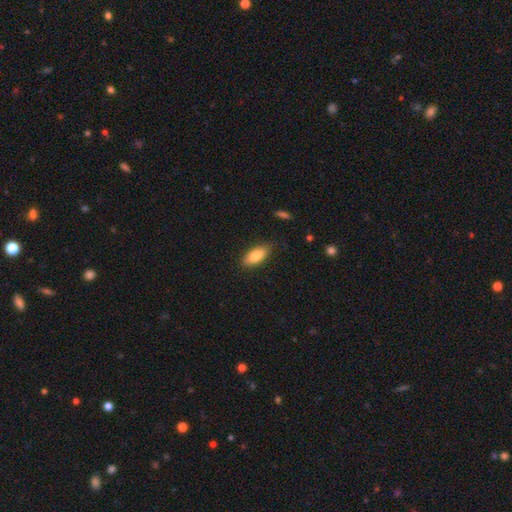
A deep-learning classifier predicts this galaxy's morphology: smooth_or_featured: smooth (p=0.82) [alt: featured or disk p=0.12]
how_rounded: in between (p=0.85) [alt: cigar-shaped p=0.12]
merging: none (p=0.84) [alt: minor disturbance p=0.12]